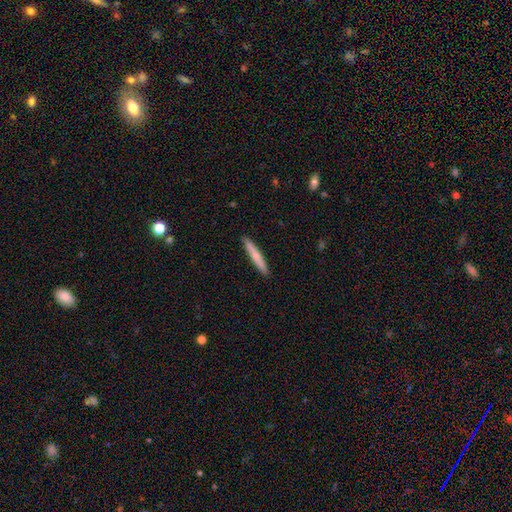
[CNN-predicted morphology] smooth 66%, featured or disk 28%, star or artifact 5%. Down the decision tree: how rounded — cigar-shaped (95%); merging — none (91%).